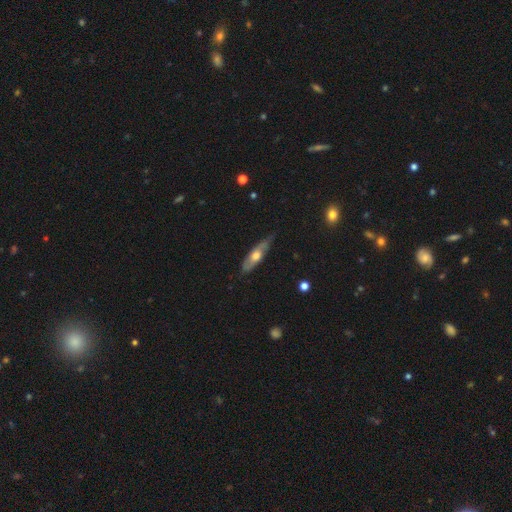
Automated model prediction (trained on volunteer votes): smooth-or-featured: featured or disk: 55% | smooth: 40% | star or artifact: 5%
  disk-edge-on: yes: 51% | no: 49%
  merging: none: 64% | minor disturbance: 28% | major disturbance: 7% | merger: 2%